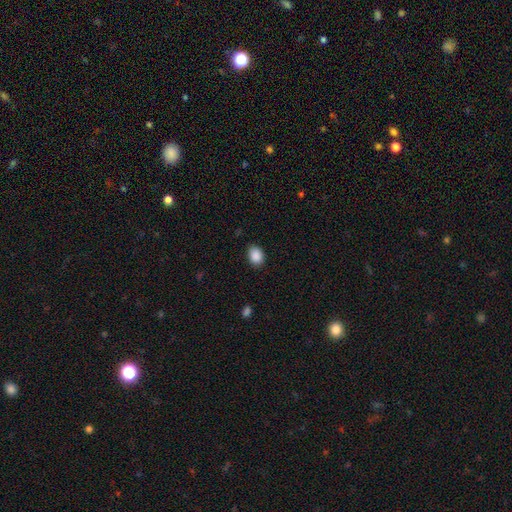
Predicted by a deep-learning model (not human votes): Smooth or featured? smooth (89%)
How rounded? in between (65%)
Merging? none (87%)